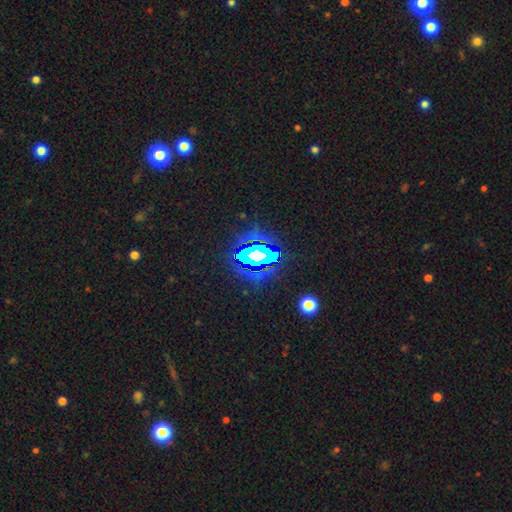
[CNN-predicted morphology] Smooth or featured: star or artifact — 67% (smooth — 18%)